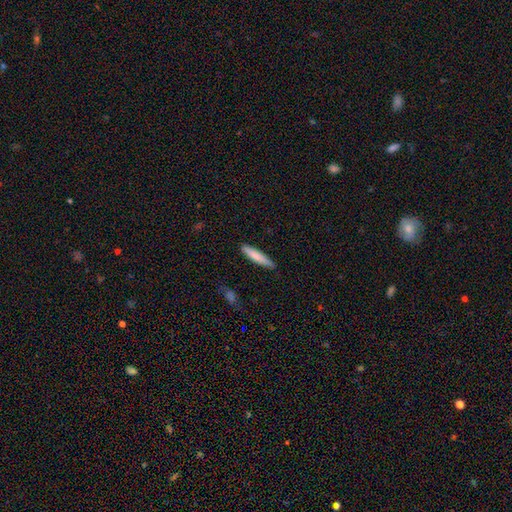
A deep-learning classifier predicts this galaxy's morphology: smooth_or_featured: smooth (p=0.78) [alt: featured or disk p=0.16]
how_rounded: cigar-shaped (p=0.88) [alt: in between p=0.11]
merging: none (p=0.83) [alt: minor disturbance p=0.13]